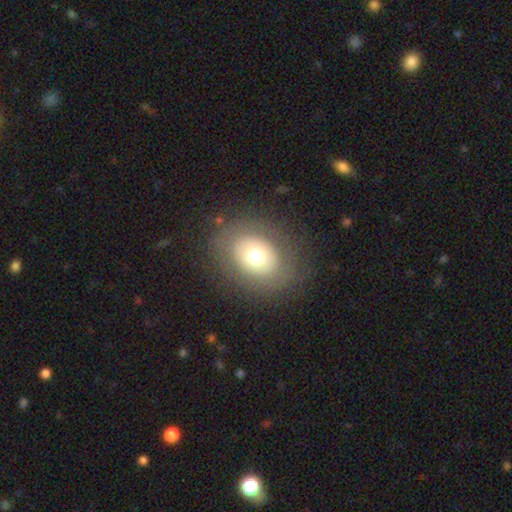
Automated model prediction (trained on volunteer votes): A smooth galaxy with no disk features (63%) that is round (51%).

Vote fractions:
- Smooth or featured? smooth: 63% / featured or disk: 25% / star or artifact: 12%
- How rounded? round: 51% / in between: 48% / cigar-shaped: 1%
- Merging? none: 82% / minor disturbance: 10% / major disturbance: 7% / merger: 1%